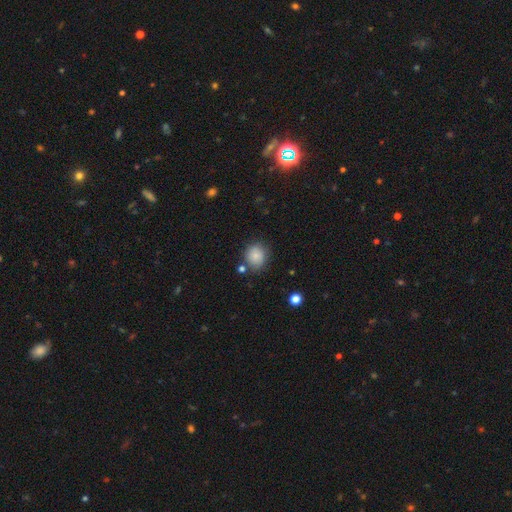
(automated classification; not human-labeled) This appears to be a smooth galaxy with no disk features (85%) that is round (78%). Merging: none (78%).